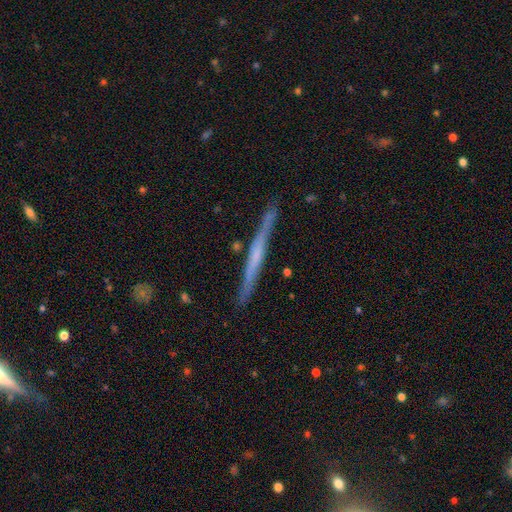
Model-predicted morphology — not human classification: smooth-or-featured: featured or disk: 63% | smooth: 31% | star or artifact: 6%
  disk-edge-on: yes: 98% | no: 2%
    edge-on-bulge: none: 70% | rounded: 19% | boxy: 11%
  merging: none: 88% | minor disturbance: 8% | merger: 2% | major disturbance: 2%